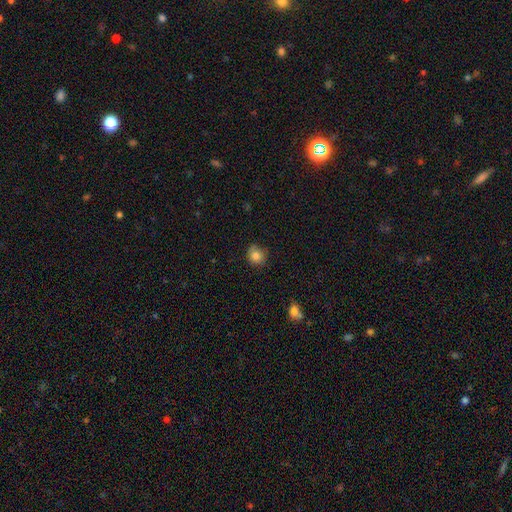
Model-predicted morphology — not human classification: smooth_or_featured: smooth (p=0.84) [alt: star or artifact p=0.10]
how_rounded: round (p=0.81) [alt: in between p=0.18]
merging: none (p=0.71) [alt: minor disturbance p=0.23]